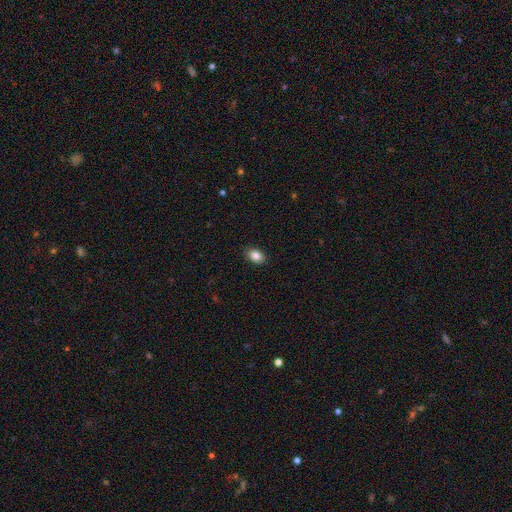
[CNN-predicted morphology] Smooth or featured?
  - smooth: 85% *
  - star or artifact: 9%
  - featured or disk: 7%
How rounded?
  - in between: 83% *
  - round: 16%
  - cigar-shaped: 1%
Merging?
  - none: 89% *
  - minor disturbance: 8%
  - major disturbance: 2%
  - merger: 1%